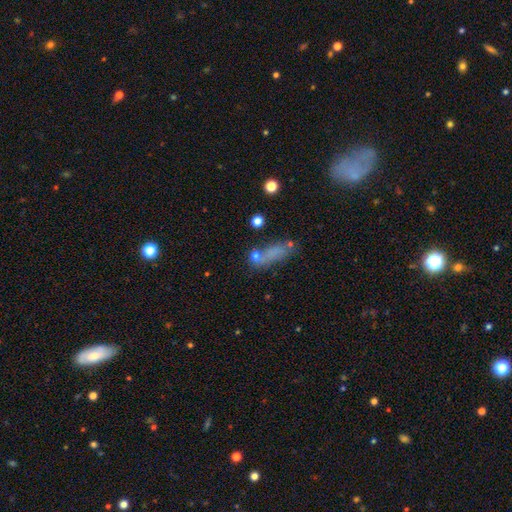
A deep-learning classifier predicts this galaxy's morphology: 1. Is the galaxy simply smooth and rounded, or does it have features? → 65% smooth, 19% star or artifact, 16% featured or disk.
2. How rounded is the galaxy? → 48% in between, 32% cigar-shaped, 21% round.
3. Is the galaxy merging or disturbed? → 51% none, 19% merger, 17% minor disturbance, 13% major disturbance.